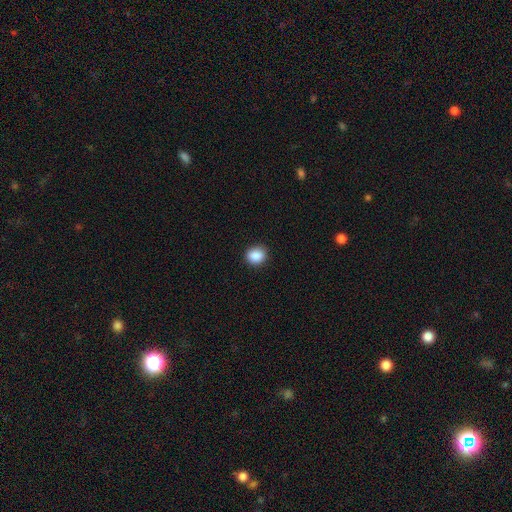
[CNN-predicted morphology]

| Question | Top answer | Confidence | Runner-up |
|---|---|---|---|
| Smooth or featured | smooth | 88% | star or artifact (9%) |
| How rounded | round | 76% | in between (23%) |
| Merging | none | 89% | minor disturbance (8%) |